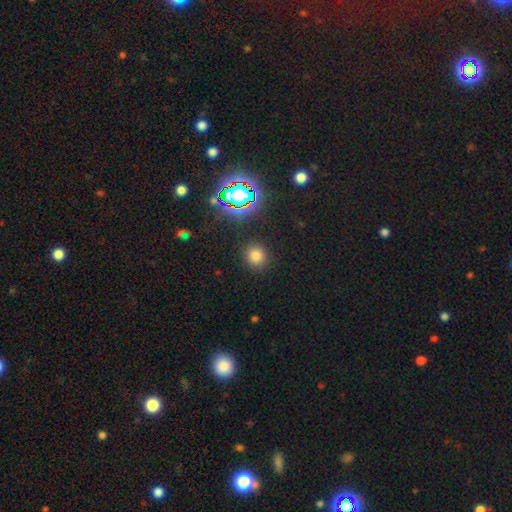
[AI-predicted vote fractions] This is likely a smooth galaxy (75%). How rounded: clearly round (87%). Merging: clearly none (89%).